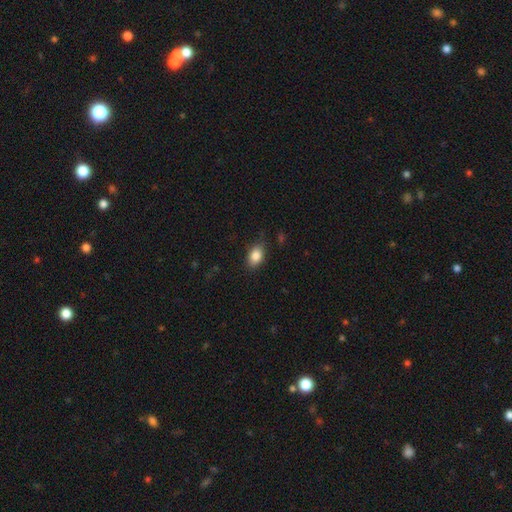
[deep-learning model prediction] Smooth or featured? smooth (85%)
How rounded? in between (85%)
Merging? none (81%)